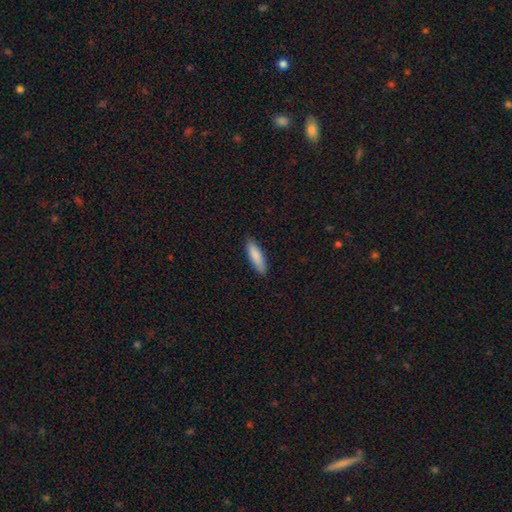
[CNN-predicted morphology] A smooth galaxy with no disk features (87%) that is cigar-shaped (61%). Merging: none (88%).